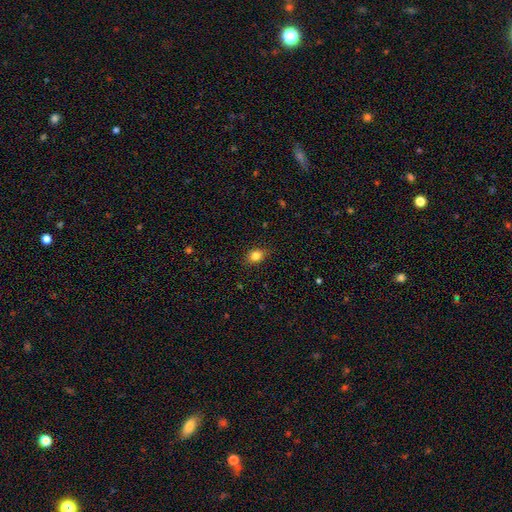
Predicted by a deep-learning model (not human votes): The model was most divided on "how rounded": in between: 55%, round: 44%, cigar-shaped: 1%. More confident: smooth or featured — smooth (84%); merging — none (83%).